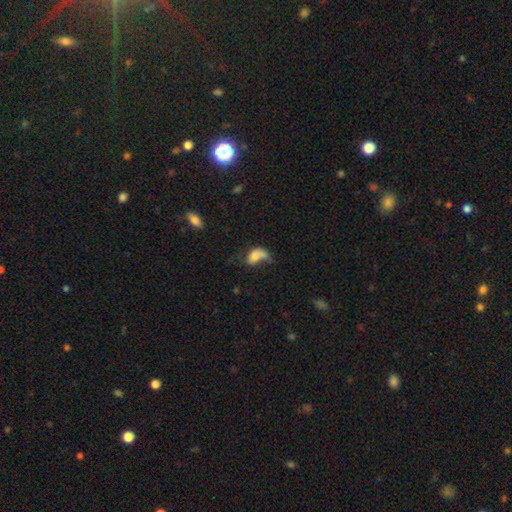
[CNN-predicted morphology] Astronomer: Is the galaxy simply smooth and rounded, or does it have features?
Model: smooth — 60%.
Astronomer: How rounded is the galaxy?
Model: in between — 85%.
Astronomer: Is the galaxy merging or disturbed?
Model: major disturbance — 41% (runner-up: none, 21%).